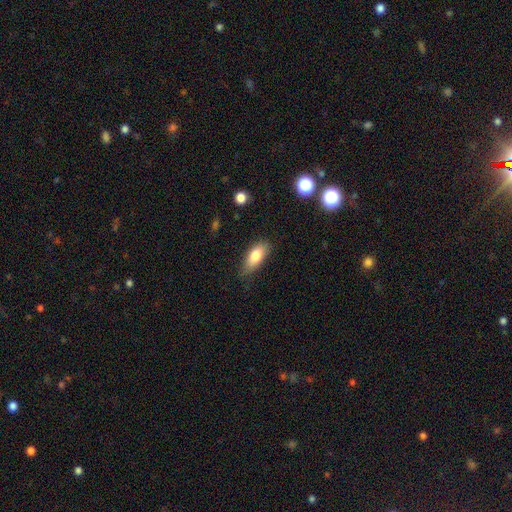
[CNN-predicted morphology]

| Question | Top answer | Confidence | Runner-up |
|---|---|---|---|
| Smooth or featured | smooth | 79% | featured or disk (14%) |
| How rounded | in between | 82% | cigar-shaped (15%) |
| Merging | none | 72% | minor disturbance (22%) |